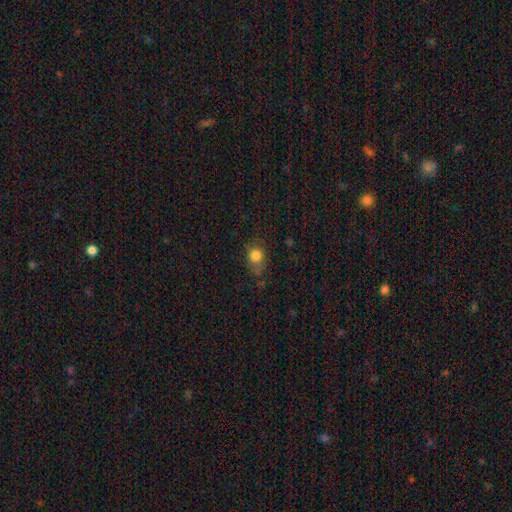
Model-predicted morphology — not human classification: smooth-or-featured: smooth: 79% | star or artifact: 13% | featured or disk: 8%
  how-rounded: round: 64% | in between: 35% | cigar-shaped: 2%
  merging: none: 58% | minor disturbance: 27% | major disturbance: 12% | merger: 3%